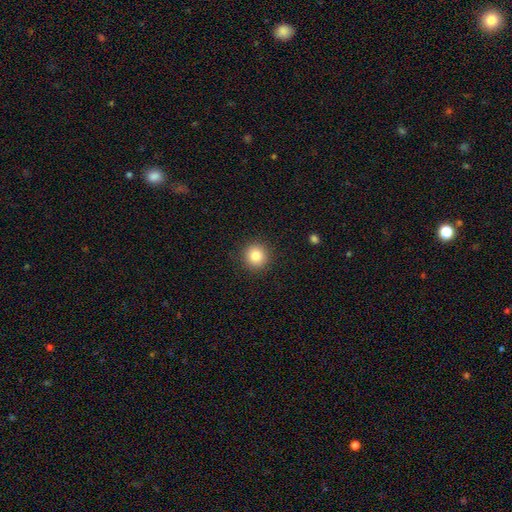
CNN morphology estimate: smooth 83%, star or artifact 11%, featured or disk 6%. Down the decision tree: how rounded — round (93%); merging — none (91%).